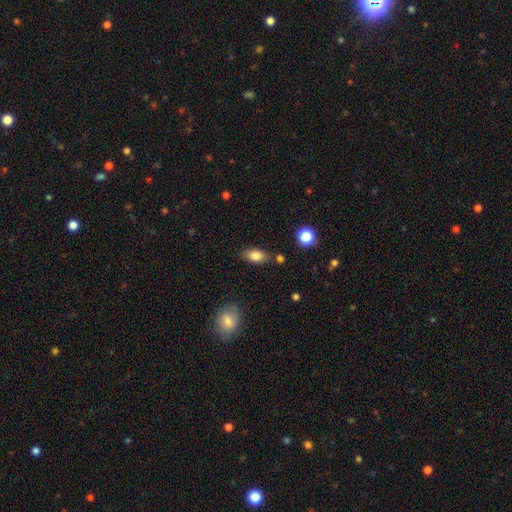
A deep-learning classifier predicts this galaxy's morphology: type=smooth (83%); roundness=in between (89%); merging=none (79%).